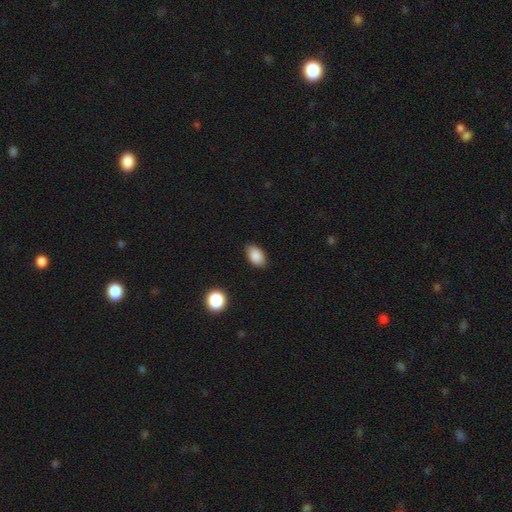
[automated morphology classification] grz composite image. It shows a smooth galaxy with no disk features (88%) that is in between round and cigar-shaped (90%). Merging: none (83%).